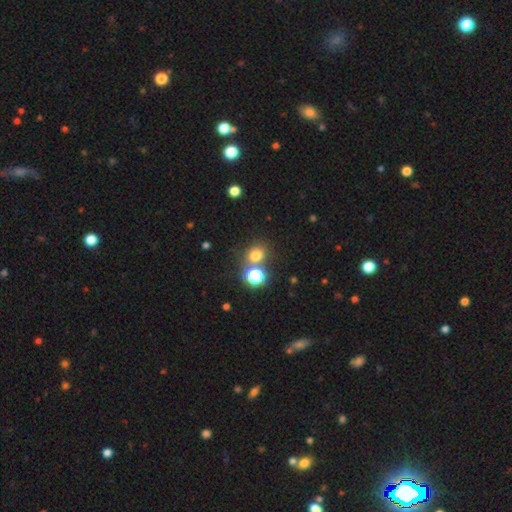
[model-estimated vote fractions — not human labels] This is likely a smooth galaxy (71%). How rounded: likely round (74%). Merging: likely none (68%).